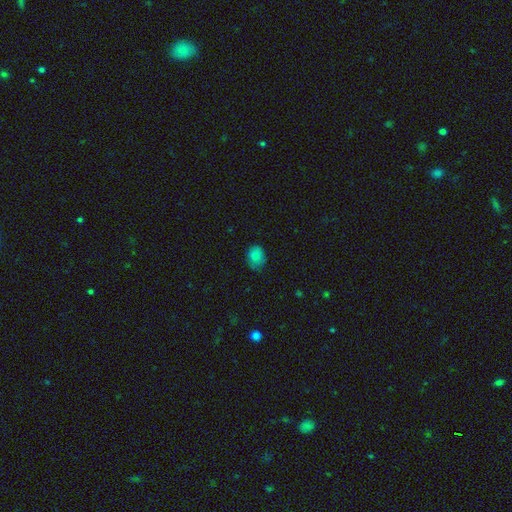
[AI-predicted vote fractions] Q: Smooth or featured?
A: smooth (82%); runner-up: star or artifact (12%)
Q: How rounded?
A: in between (52%); runner-up: round (47%)
Q: Merging?
A: none (67%); runner-up: minor disturbance (26%)